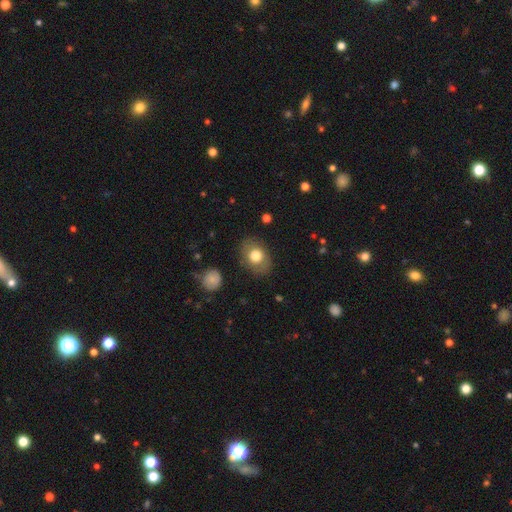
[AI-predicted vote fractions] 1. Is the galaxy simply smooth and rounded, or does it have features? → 74% smooth, 18% featured or disk, 8% star or artifact.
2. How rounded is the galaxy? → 63% in between, 36% round, 1% cigar-shaped.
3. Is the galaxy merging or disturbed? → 82% none, 12% minor disturbance, 4% major disturbance, 1% merger.